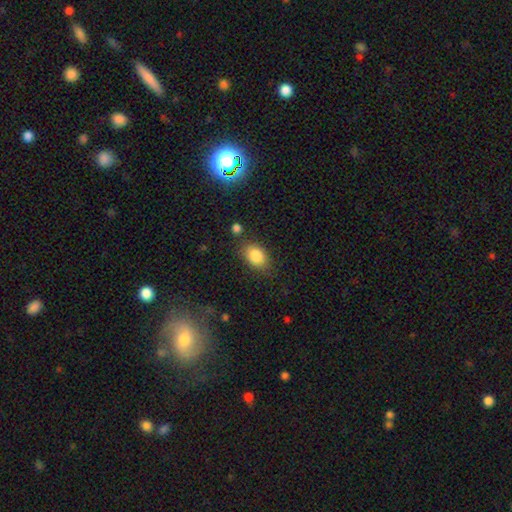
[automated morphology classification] type=smooth (85%); roundness=in between (80%); merging=none (76%).